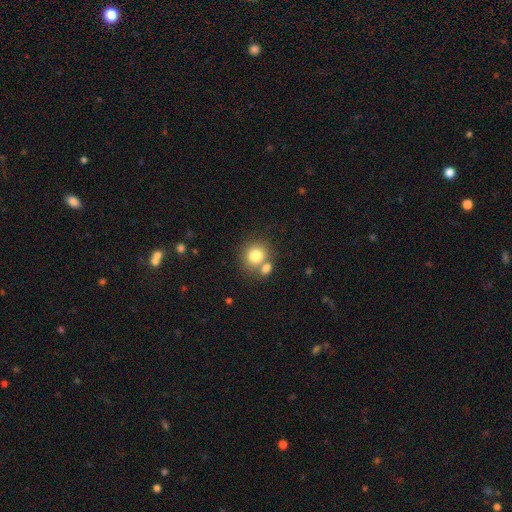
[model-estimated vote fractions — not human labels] smooth 79%, featured or disk 11%, star or artifact 10%. Down the decision tree: how rounded — round (80%); merging — none (54%).